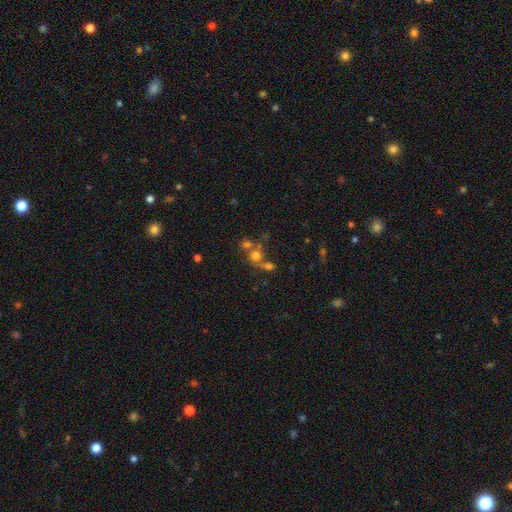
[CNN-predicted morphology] Overall: smooth (65%). How rounded: round (85%). Merging: none (47%; merger 40%).